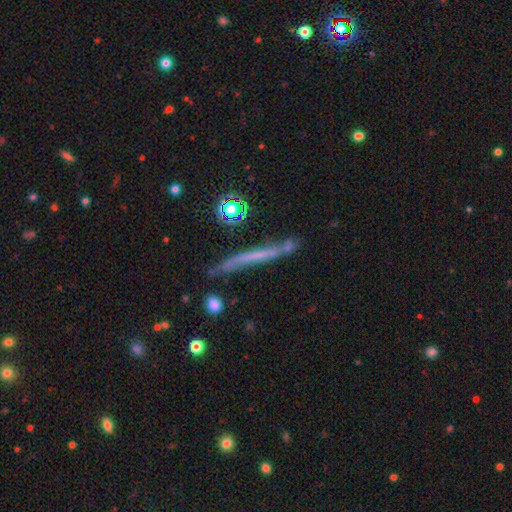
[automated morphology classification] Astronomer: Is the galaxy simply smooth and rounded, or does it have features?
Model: featured or disk — 48% (runner-up: smooth, 40%).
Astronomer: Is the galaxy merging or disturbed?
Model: none — 69%.